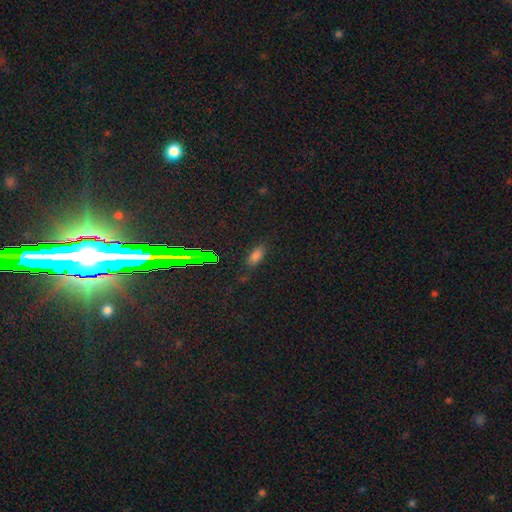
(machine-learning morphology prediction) This is likely a smooth galaxy (70%). How rounded: clearly in between (85%). Merging: likely none (77%).